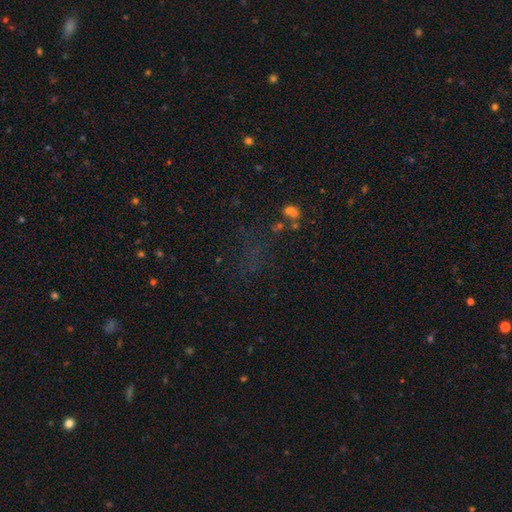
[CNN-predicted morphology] A star or artifact, not a galaxy (59%).

Vote fractions:
- Smooth or featured? star or artifact: 59% / smooth: 27% / featured or disk: 15%